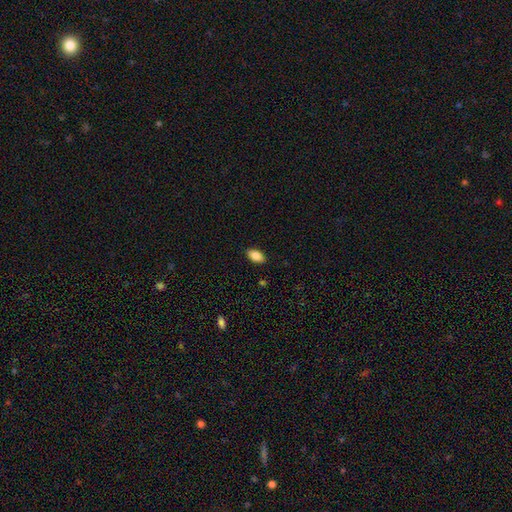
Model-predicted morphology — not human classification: The model was most divided on "smooth or featured": smooth: 87%, star or artifact: 8%, featured or disk: 5%. More confident: how rounded — in between (93%); merging — none (88%).